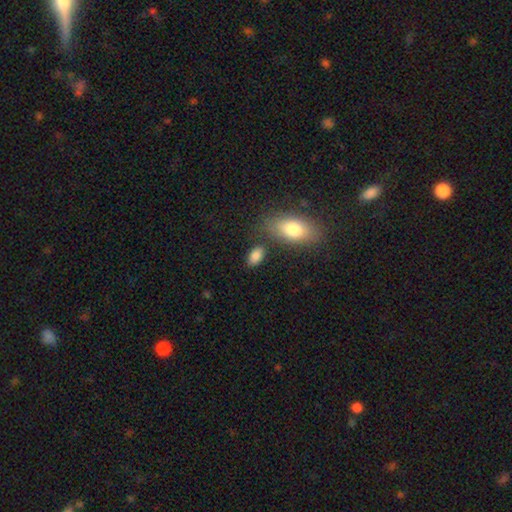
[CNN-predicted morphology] A smooth galaxy with no disk features (86%) that is in between round and cigar-shaped (91%).

Vote fractions:
- Smooth or featured? smooth: 86% / star or artifact: 8% / featured or disk: 6%
- How rounded? in between: 91% / round: 6% / cigar-shaped: 3%
- Merging? none: 75% / minor disturbance: 13% / merger: 8% / major disturbance: 4%